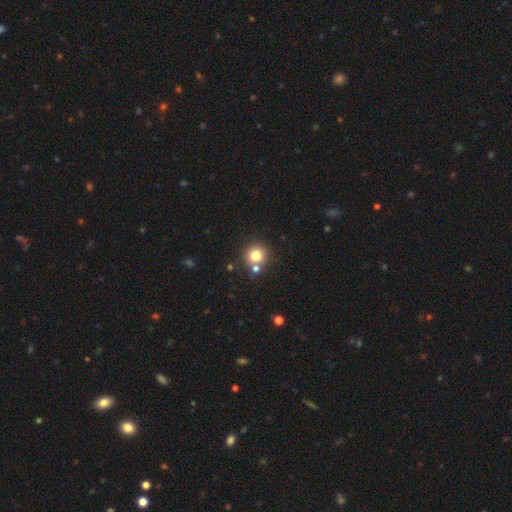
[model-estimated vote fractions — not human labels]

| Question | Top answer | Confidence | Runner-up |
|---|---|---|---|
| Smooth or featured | smooth | 79% | star or artifact (13%) |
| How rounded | round | 92% | in between (7%) |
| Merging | none | 71% | merger (19%) |